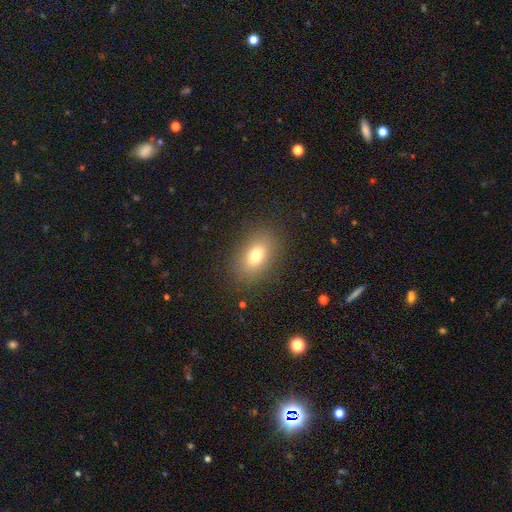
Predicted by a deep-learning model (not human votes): Smooth or featured? smooth (75%)
How rounded? in between (81%)
Merging? none (85%)